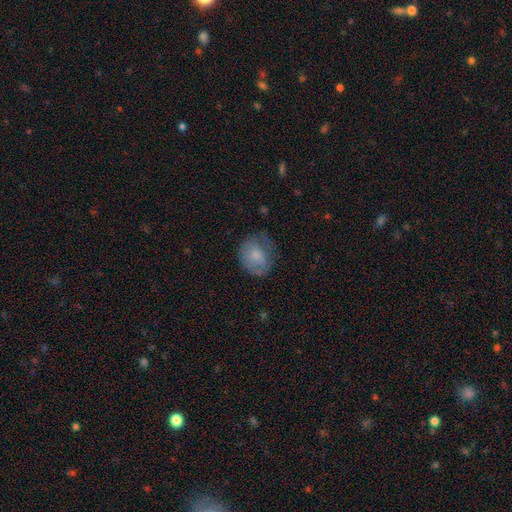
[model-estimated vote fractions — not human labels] Smooth or featured: smooth — 68% (featured or disk — 24%)
How rounded: round — 58% (in between — 40%)
Merging: none — 55% (minor disturbance — 29%)